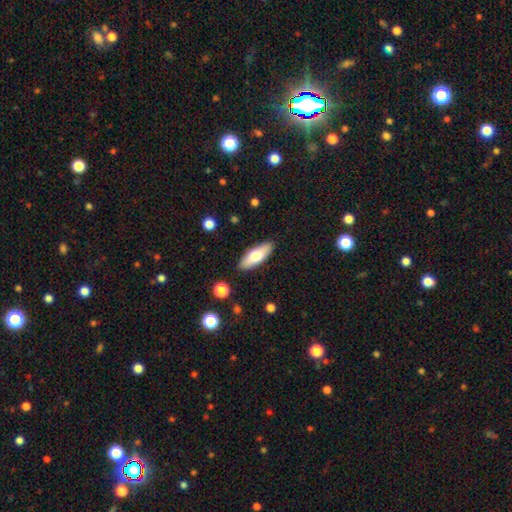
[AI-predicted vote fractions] A smooth galaxy with no disk features (72%) that is in between round and cigar-shaped (70%). Merging: none (88%).